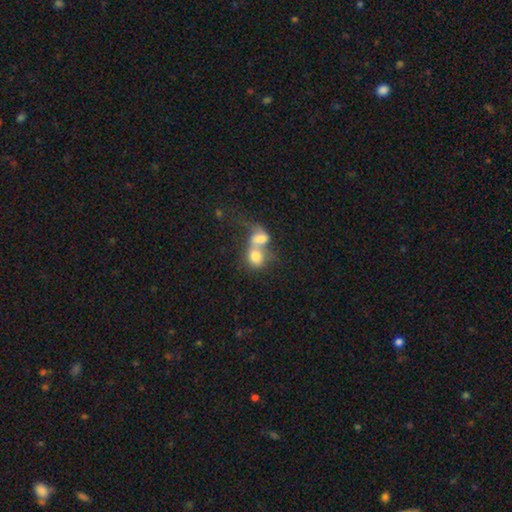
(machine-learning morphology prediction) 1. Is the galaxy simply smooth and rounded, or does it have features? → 68% smooth, 22% featured or disk, 9% star or artifact.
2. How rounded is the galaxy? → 54% round, 44% in between, 2% cigar-shaped.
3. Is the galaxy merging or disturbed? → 79% merger, 11% none, 6% major disturbance, 4% minor disturbance.